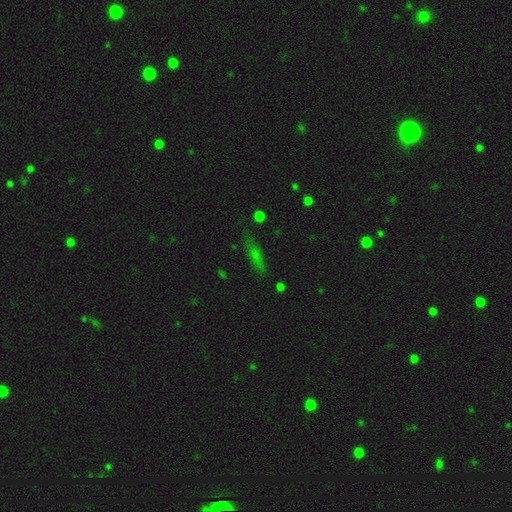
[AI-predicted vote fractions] Smooth or featured: smooth — 54% (star or artifact — 23%)
How rounded: cigar-shaped — 69% (in between — 25%)
Merging: none — 75% (minor disturbance — 16%)